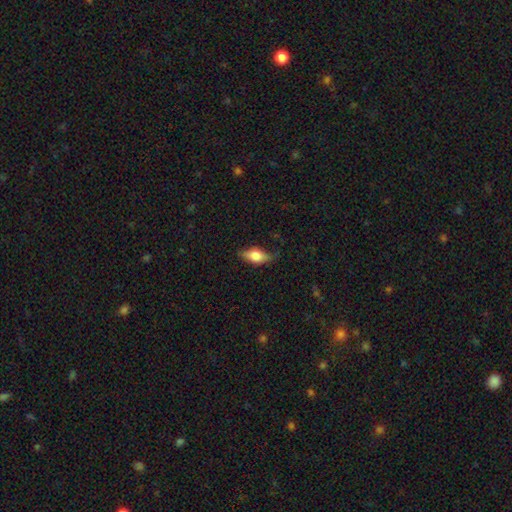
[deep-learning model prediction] smooth_or_featured: smooth (p=0.67) [alt: featured or disk p=0.26]
how_rounded: in between (p=0.83) [alt: cigar-shaped p=0.12]
merging: none (p=0.70) [alt: minor disturbance p=0.23]